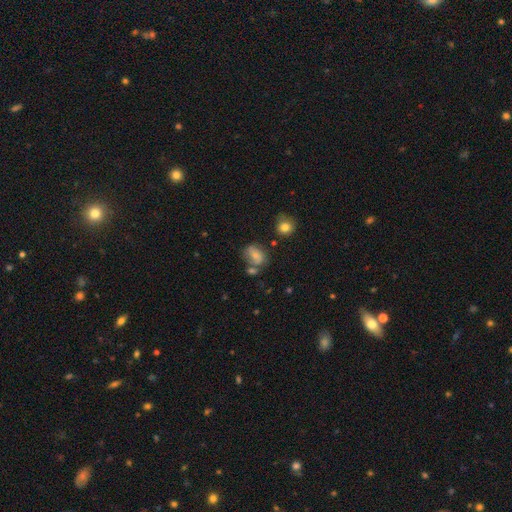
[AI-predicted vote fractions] The model was most divided on "merging": none: 51%, minor disturbance: 22%, merger: 18%, major disturbance: 9%. More confident: how rounded — in between (67%); smooth or featured — smooth (62%).